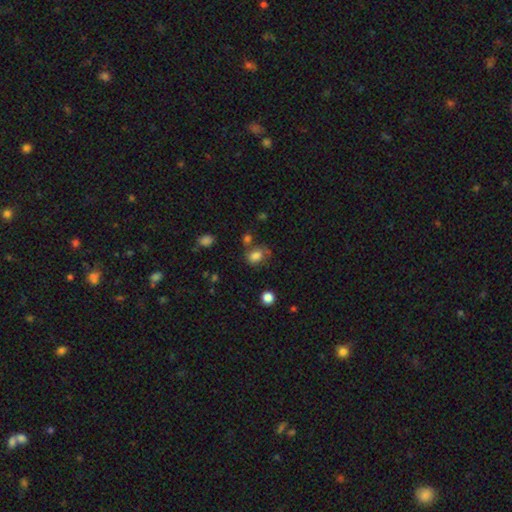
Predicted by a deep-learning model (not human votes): smooth 79%, star or artifact 12%, featured or disk 9%. Down the decision tree: how rounded — in between (62%); merging — none (56%).